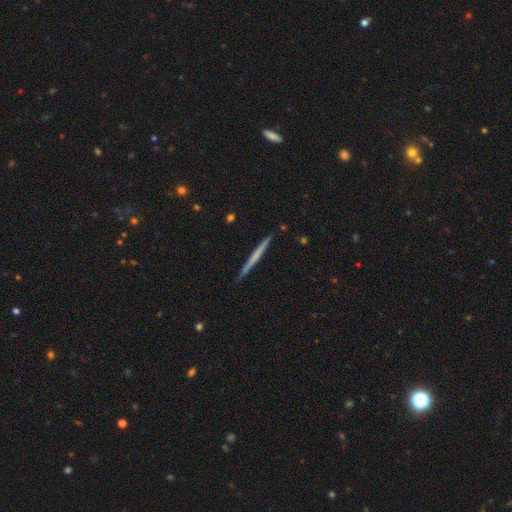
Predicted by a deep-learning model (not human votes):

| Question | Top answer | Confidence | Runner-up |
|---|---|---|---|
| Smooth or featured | featured or disk | 49% | smooth (46%) |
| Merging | none | 90% | minor disturbance (8%) |